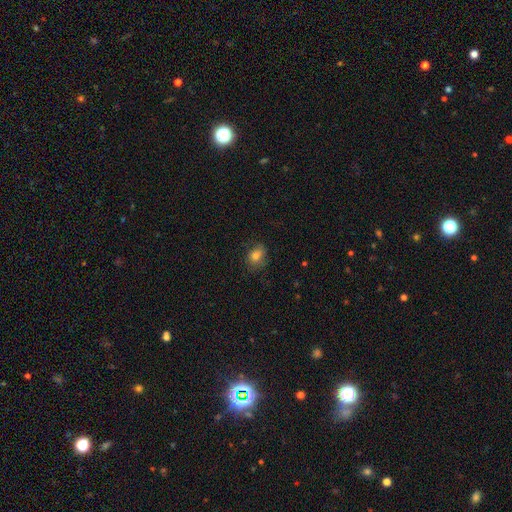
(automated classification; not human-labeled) Smooth or featured? Predicted: smooth (p=0.79). How rounded? Predicted: in between (p=0.51). Merging? Predicted: none (p=0.73).